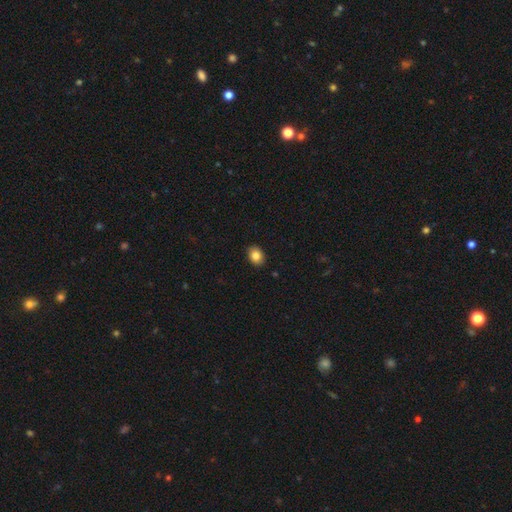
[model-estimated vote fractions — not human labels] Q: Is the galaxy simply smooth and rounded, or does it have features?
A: smooth — 85%.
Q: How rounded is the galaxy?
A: in between — 60%.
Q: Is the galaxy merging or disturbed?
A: none — 89%.